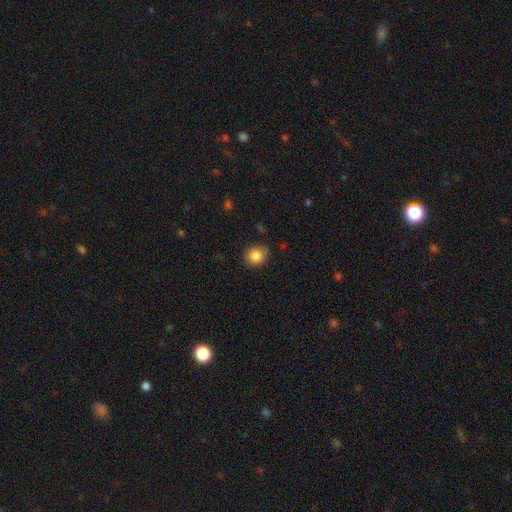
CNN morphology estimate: A smooth galaxy with no disk features (85%) that is round (83%).

Vote fractions:
- Smooth or featured? smooth: 85% / star or artifact: 9% / featured or disk: 5%
- How rounded? round: 83% / in between: 16% / cigar-shaped: 1%
- Merging? none: 77% / minor disturbance: 18% / major disturbance: 3% / merger: 2%